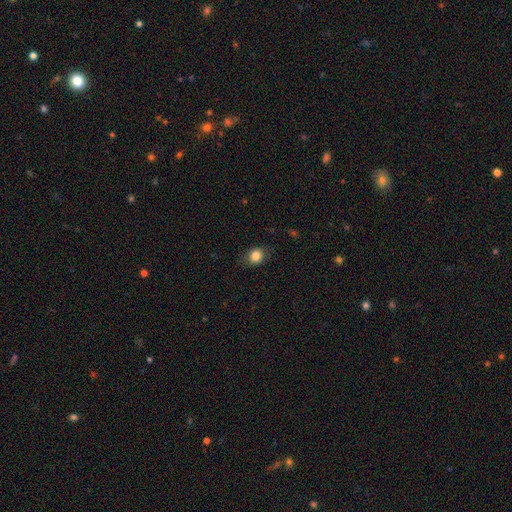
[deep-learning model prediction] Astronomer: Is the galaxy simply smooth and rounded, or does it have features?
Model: smooth — 84%.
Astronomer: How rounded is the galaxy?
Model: round — 57% (runner-up: in between, 41%).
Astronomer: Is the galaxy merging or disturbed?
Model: none — 77%.